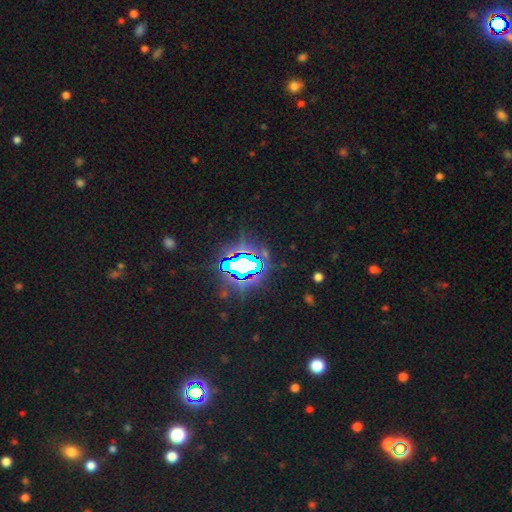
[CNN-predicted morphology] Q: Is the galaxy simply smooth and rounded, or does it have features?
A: star or artifact — 85%.